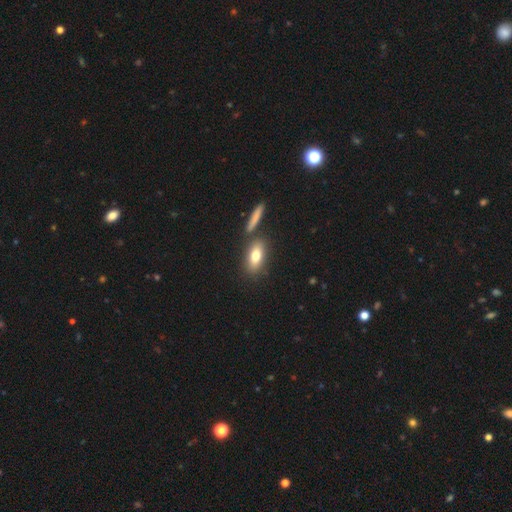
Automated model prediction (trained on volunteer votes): This is likely a smooth galaxy (76%). How rounded: likely in between (78%). Merging: likely none (71%).